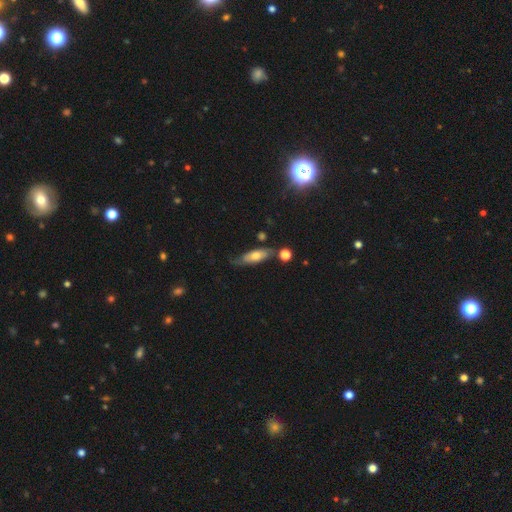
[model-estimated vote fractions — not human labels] Smooth or featured?
  - smooth: 54% *
  - featured or disk: 38%
  - star or artifact: 8%
How rounded?
  - in between: 61% *
  - cigar-shaped: 36%
  - round: 3%
Merging?
  - none: 57% *
  - minor disturbance: 26%
  - major disturbance: 10%
  - merger: 7%